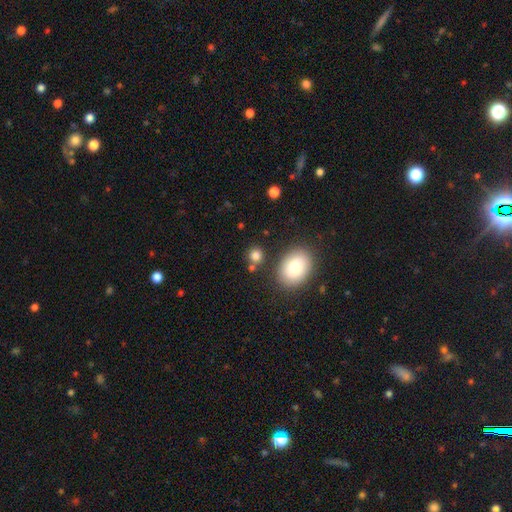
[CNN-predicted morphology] Smooth or featured? smooth (82%)
How rounded? round (74%)
Merging? none (75%)